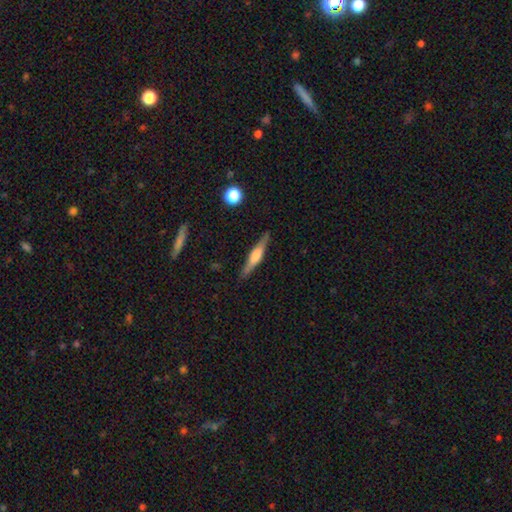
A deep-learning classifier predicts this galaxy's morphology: A featured or disk galaxy (61%) viewed edge-on (96%) with a rounded central bulge (76%).

Vote fractions:
- Smooth or featured? featured or disk: 61% / smooth: 33% / star or artifact: 6%
- Edge-on disk? yes: 96% / no: 4%
- Edge-on bulge? rounded: 76% / boxy: 17% / none: 7%
- Merging? none: 89% / minor disturbance: 8% / major disturbance: 2% / merger: 1%